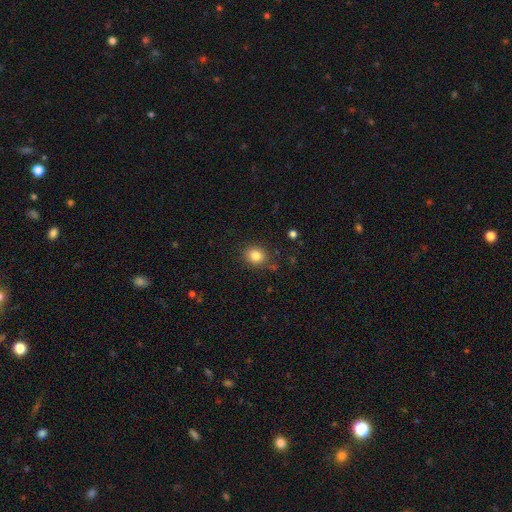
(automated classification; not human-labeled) A smooth galaxy with no disk features (84%) that is round (70%). Merging: none (83%).